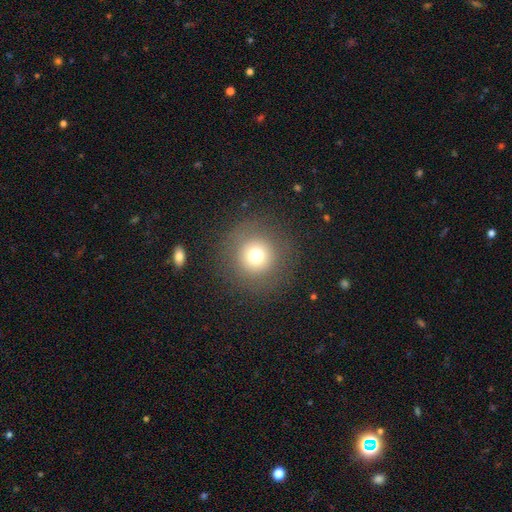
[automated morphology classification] A smooth galaxy with no disk features (73%) that is round (95%).

Vote fractions:
- Smooth or featured? smooth: 73% / star or artifact: 15% / featured or disk: 12%
- How rounded? round: 95% / in between: 4% / cigar-shaped: 1%
- Merging? none: 87% / minor disturbance: 7% / major disturbance: 4% / merger: 1%